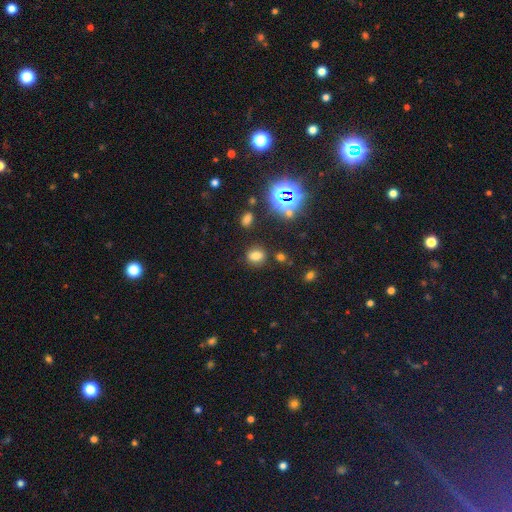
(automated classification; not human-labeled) Q: Smooth or featured?
A: smooth (71%); runner-up: star or artifact (21%)
Q: How rounded?
A: round (55%); runner-up: in between (44%)
Q: Merging?
A: none (82%); runner-up: minor disturbance (10%)